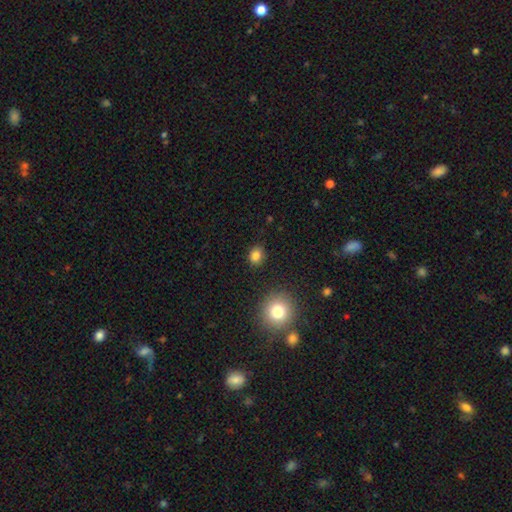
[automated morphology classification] Smooth or featured?
  - smooth: 84% *
  - star or artifact: 12%
  - featured or disk: 5%
How rounded?
  - round: 56% *
  - in between: 43%
  - cigar-shaped: 1%
Merging?
  - none: 86% *
  - minor disturbance: 9%
  - major disturbance: 3%
  - merger: 2%